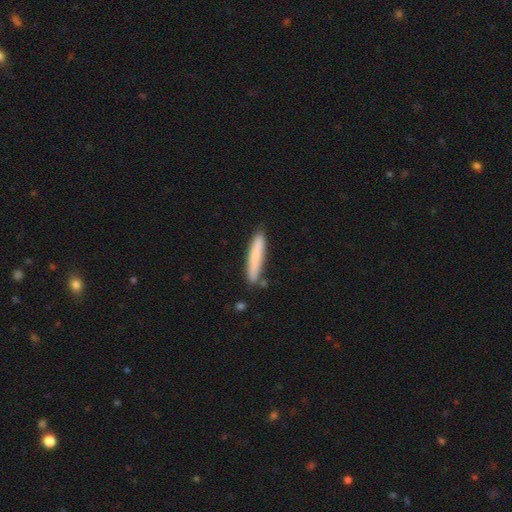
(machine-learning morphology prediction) Smooth or featured? smooth (78%)
How rounded? cigar-shaped (92%)
Merging? none (81%)